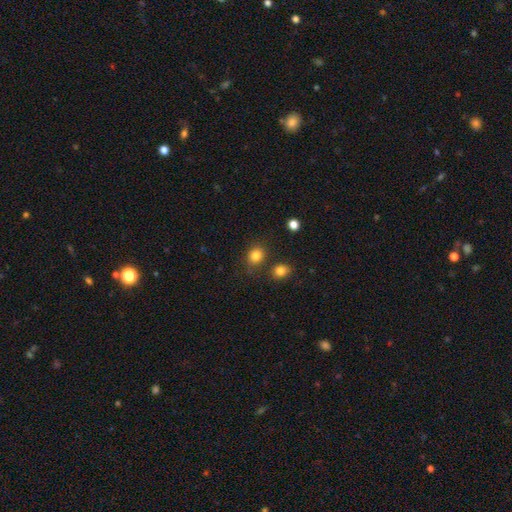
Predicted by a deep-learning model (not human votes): Smooth or featured? smooth (82%)
How rounded? round (67%)
Merging? none (76%)